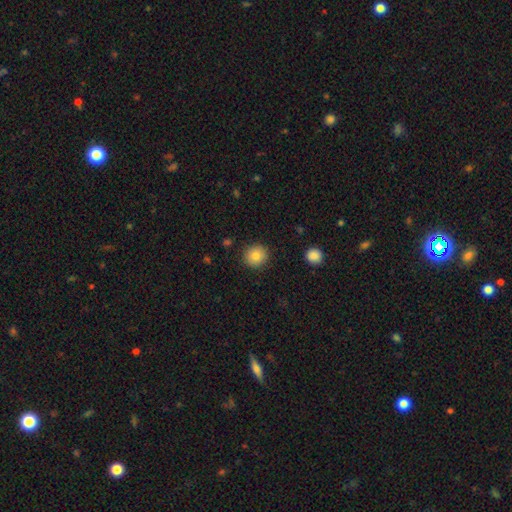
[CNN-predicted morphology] Smooth or featured? Predicted: smooth (p=0.83). How rounded? Predicted: round (p=0.88). Merging? Predicted: none (p=0.90).